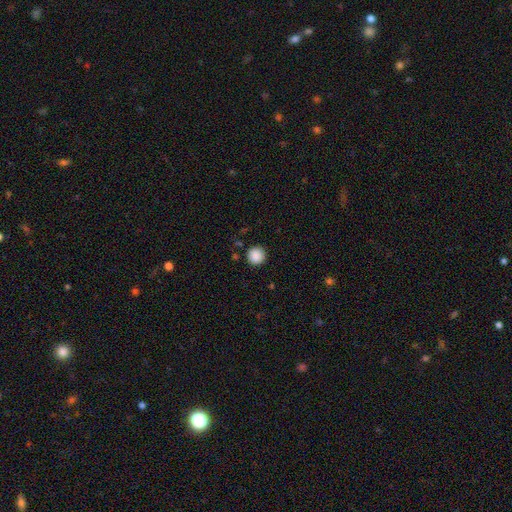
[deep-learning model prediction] Morphology: type=smooth (89%); roundness=round (95%); merging=none (90%).